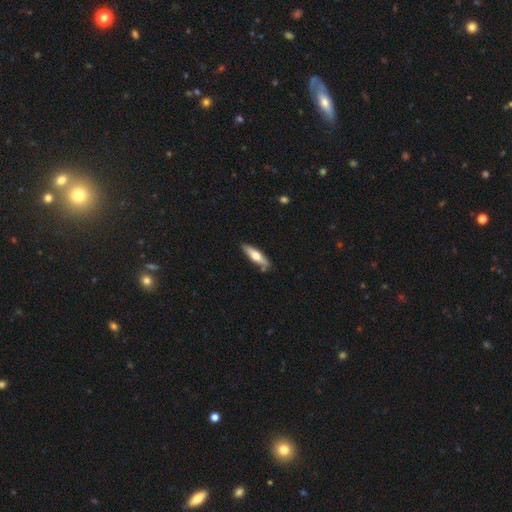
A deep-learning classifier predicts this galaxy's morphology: Q: Smooth or featured?
A: smooth (53%); runner-up: featured or disk (42%)
Q: How rounded?
A: cigar-shaped (72%); runner-up: in between (26%)
Q: Merging?
A: none (83%); runner-up: minor disturbance (12%)